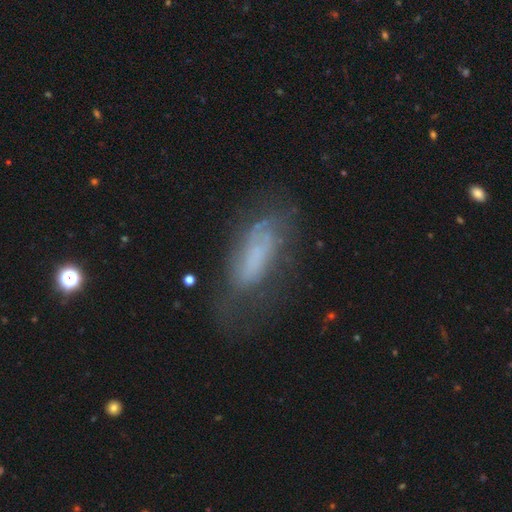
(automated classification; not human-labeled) This appears to be a featured or disk galaxy (47%). Merging: none (48%).